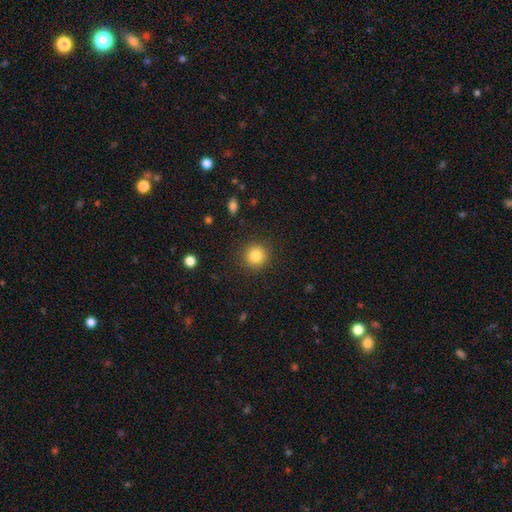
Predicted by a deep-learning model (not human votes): Smooth or featured: smooth — 83% (star or artifact — 11%)
How rounded: round — 93% (in between — 6%)
Merging: none — 90% (minor disturbance — 6%)